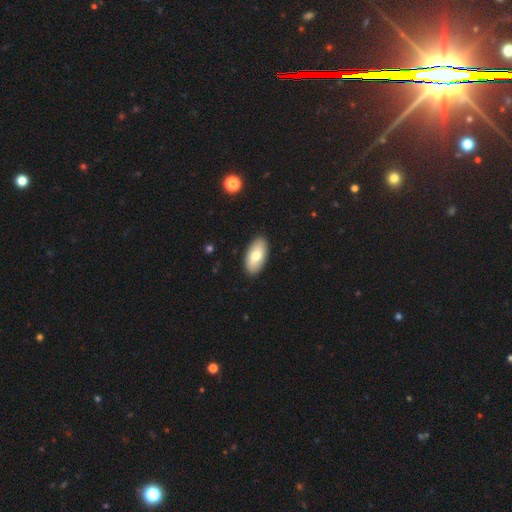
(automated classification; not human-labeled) smooth-or-featured: smooth: 72% | featured or disk: 22% | star or artifact: 6%
  how-rounded: in between: 94% | cigar-shaped: 3% | round: 3%
  merging: none: 90% | minor disturbance: 7% | major disturbance: 2% | merger: 1%